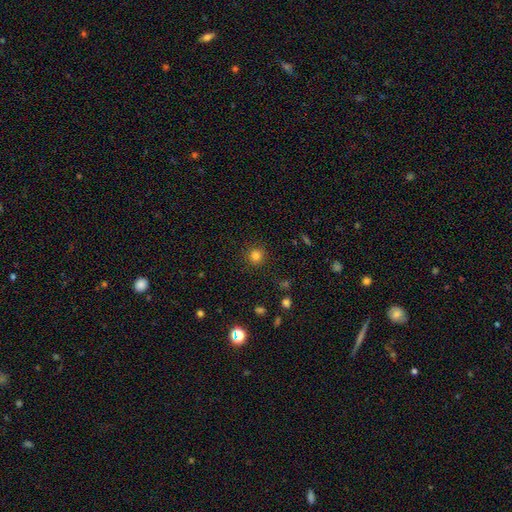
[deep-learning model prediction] This is clearly a smooth galaxy (82%). How rounded: clearly round (93%). Merging: clearly none (90%).